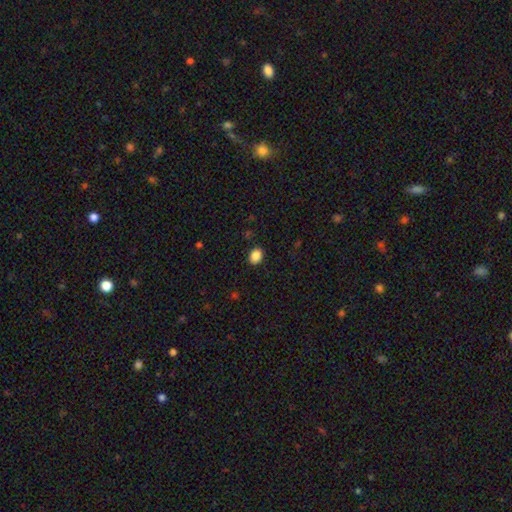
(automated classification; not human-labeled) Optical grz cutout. It shows a smooth galaxy with no disk features (88%) that is in between round and cigar-shaped (61%). Merging: none (88%).